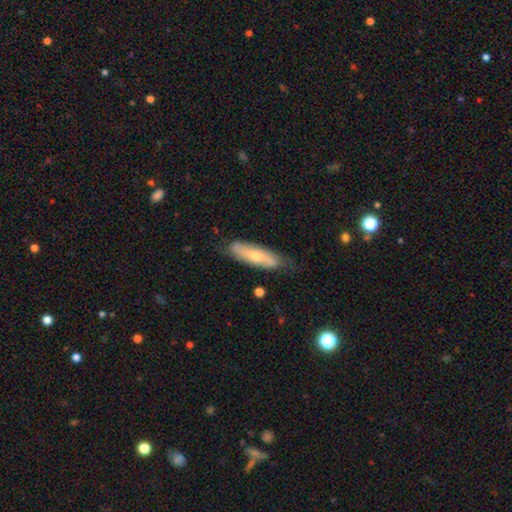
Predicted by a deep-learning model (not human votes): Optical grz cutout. It shows a smooth galaxy with no disk features (52%) that is cigar-shaped (58%). Merging: none (71%).